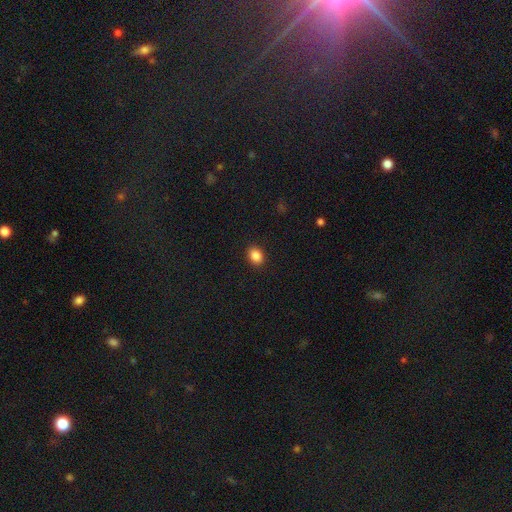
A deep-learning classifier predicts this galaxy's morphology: Smooth or featured?
  - smooth: 87% *
  - star or artifact: 9%
  - featured or disk: 4%
How rounded?
  - in between: 56% *
  - round: 43%
  - cigar-shaped: 1%
Merging?
  - none: 91% *
  - minor disturbance: 6%
  - major disturbance: 2%
  - merger: 1%